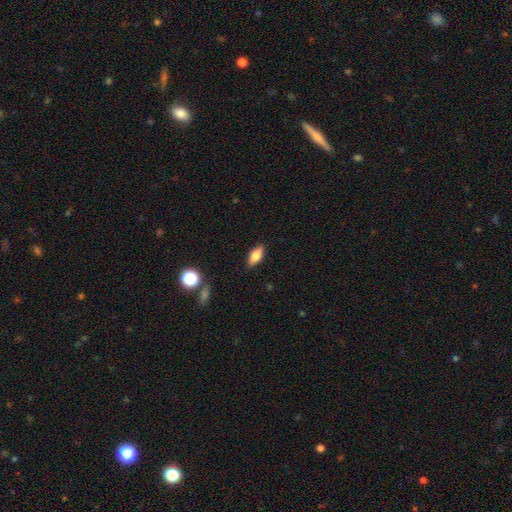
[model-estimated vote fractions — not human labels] Smooth or featured? Predicted: smooth (p=0.78). How rounded? Predicted: in between (p=0.83). Merging? Predicted: none (p=0.87).